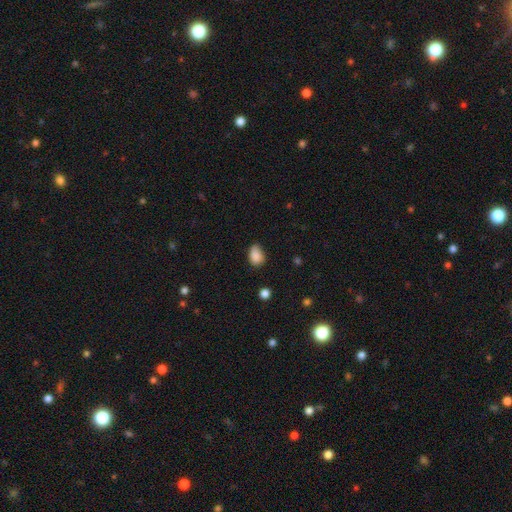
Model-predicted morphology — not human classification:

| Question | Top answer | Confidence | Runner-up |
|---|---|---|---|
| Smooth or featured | smooth | 87% | star or artifact (9%) |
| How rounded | in between | 78% | round (21%) |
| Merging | none | 60% | minor disturbance (32%) |